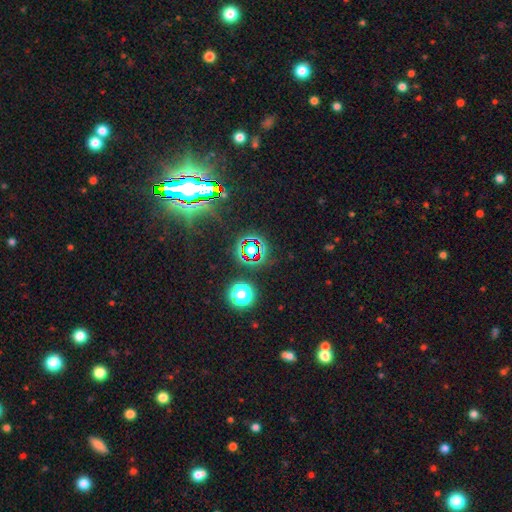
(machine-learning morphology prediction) Smooth or featured? Predicted: star or artifact (p=0.81).